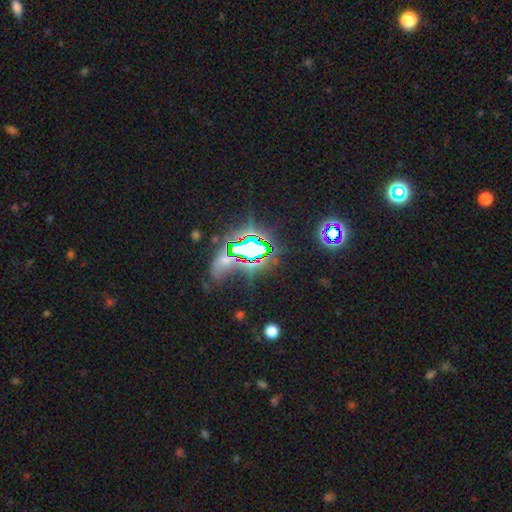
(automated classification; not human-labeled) Q: Smooth or featured?
A: star or artifact (74%); runner-up: smooth (14%)